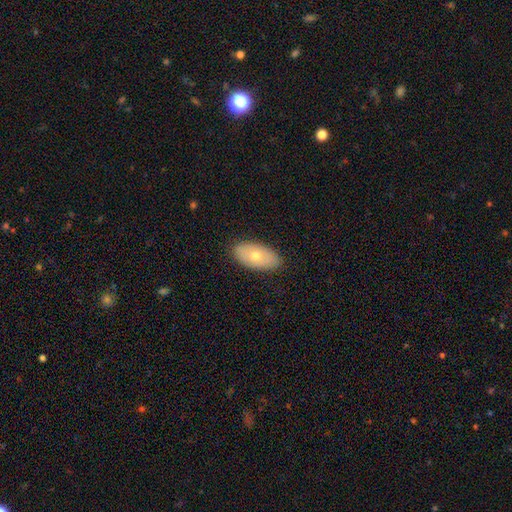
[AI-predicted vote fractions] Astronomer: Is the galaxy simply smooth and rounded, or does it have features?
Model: smooth — 64%.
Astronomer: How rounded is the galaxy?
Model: in between — 92%.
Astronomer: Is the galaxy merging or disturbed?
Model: none — 87%.